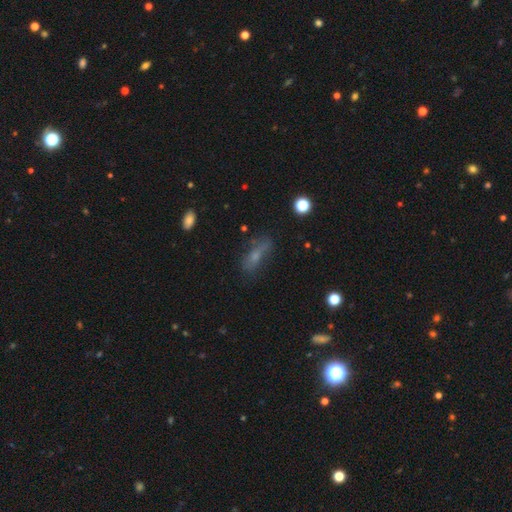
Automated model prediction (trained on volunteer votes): This is possibly a smooth galaxy (55%). How rounded: possibly in between (60%). Merging: possibly none (55%).